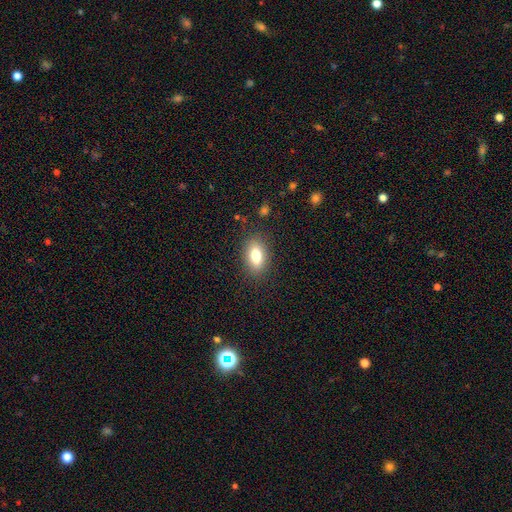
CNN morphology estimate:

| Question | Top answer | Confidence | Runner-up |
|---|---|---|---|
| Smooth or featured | smooth | 77% | featured or disk (14%) |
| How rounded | in between | 85% | round (10%) |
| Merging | none | 85% | minor disturbance (10%) |